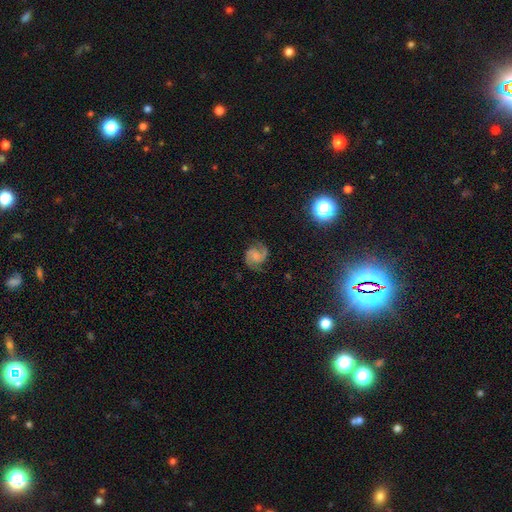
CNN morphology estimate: This appears to be a featured or disk galaxy (84%) with no bar (55%), 2 (92%) medium (57%) spiral arms (97%) and a small central bulge (38%). Merging: none (80%).